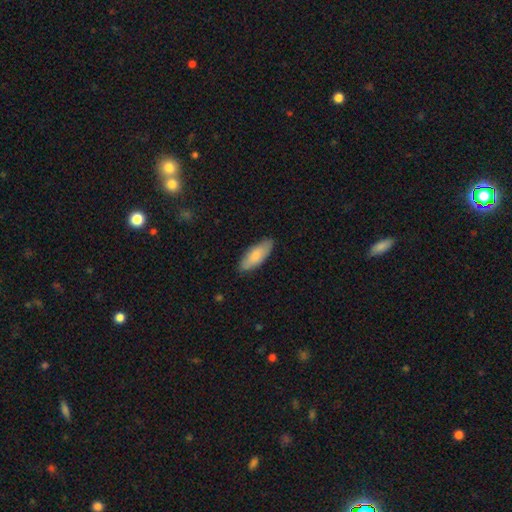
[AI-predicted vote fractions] smooth_or_featured: smooth (p=0.79) [alt: featured or disk p=0.16]
how_rounded: in between (p=0.76) [alt: cigar-shaped p=0.22]
merging: none (p=0.84) [alt: minor disturbance p=0.13]